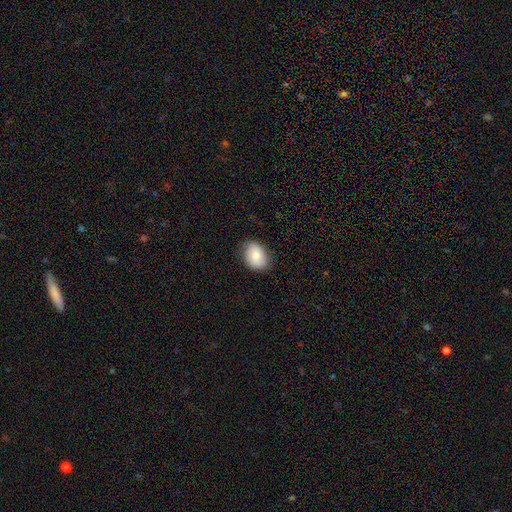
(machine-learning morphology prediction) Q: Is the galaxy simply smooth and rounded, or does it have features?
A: smooth — 81%.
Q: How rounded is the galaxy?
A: in between — 70%.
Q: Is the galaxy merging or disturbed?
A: none — 81%.